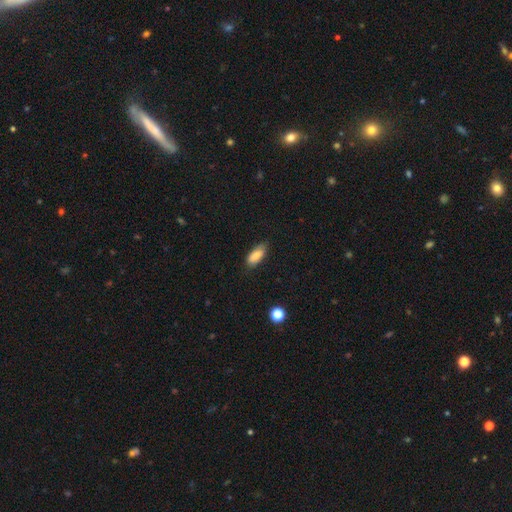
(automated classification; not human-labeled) Overall: smooth (85%). How rounded: in between (80%). Merging: none (75%).